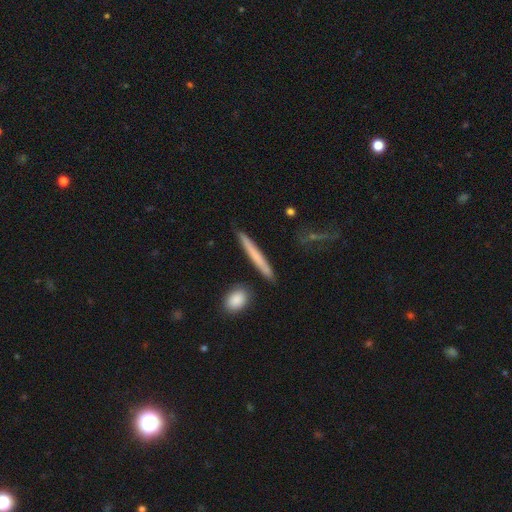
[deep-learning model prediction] smooth_or_featured: smooth (p=0.62) [alt: featured or disk p=0.31]
how_rounded: cigar-shaped (p=0.95) [alt: in between p=0.03]
merging: none (p=0.88) [alt: minor disturbance p=0.07]